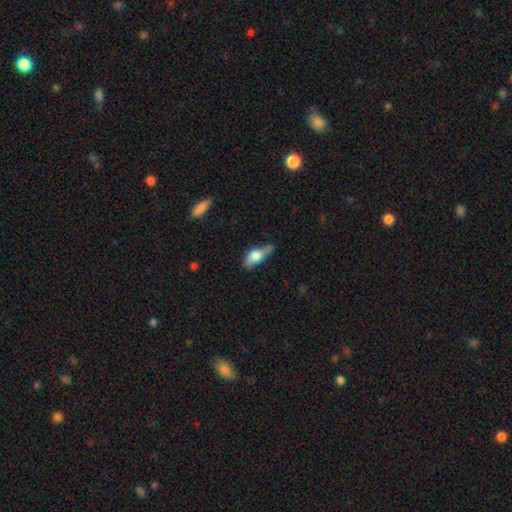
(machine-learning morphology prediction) smooth-or-featured: smooth: 63% | featured or disk: 30% | star or artifact: 7%
  how-rounded: in between: 73% | cigar-shaped: 23% | round: 5%
  merging: none: 46% | minor disturbance: 35% | major disturbance: 12% | merger: 6%